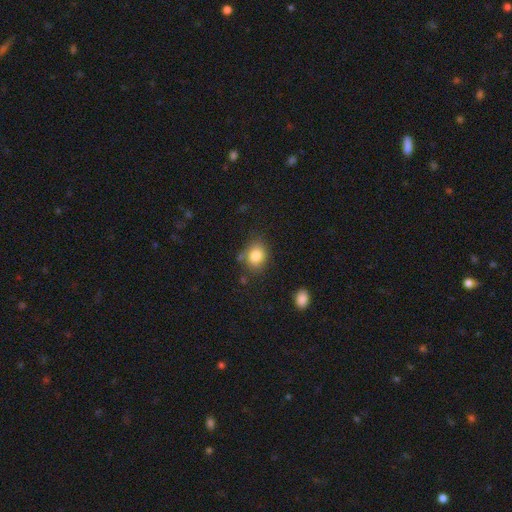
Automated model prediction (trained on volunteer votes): Smooth or featured? smooth (82%)
How rounded? round (57%)
Merging? none (74%)